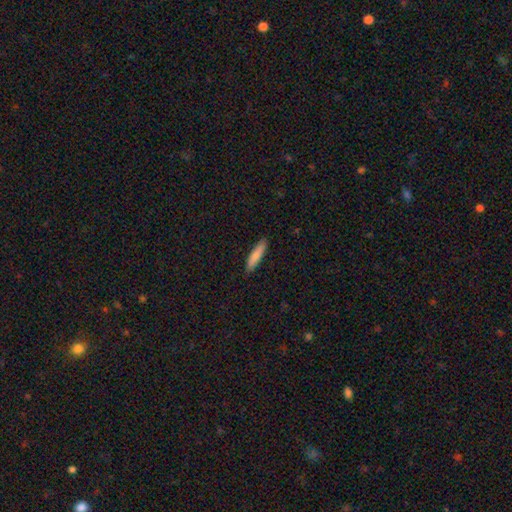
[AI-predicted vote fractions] Smooth or featured? Predicted: smooth (p=0.83). How rounded? Predicted: cigar-shaped (p=0.83). Merging? Predicted: none (p=0.89).